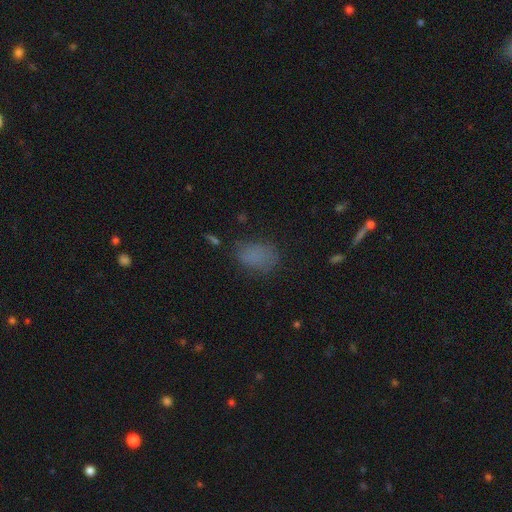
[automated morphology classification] Smooth or featured? Predicted: smooth (p=0.77). How rounded? Predicted: in between (p=0.81). Merging? Predicted: none (p=0.67).